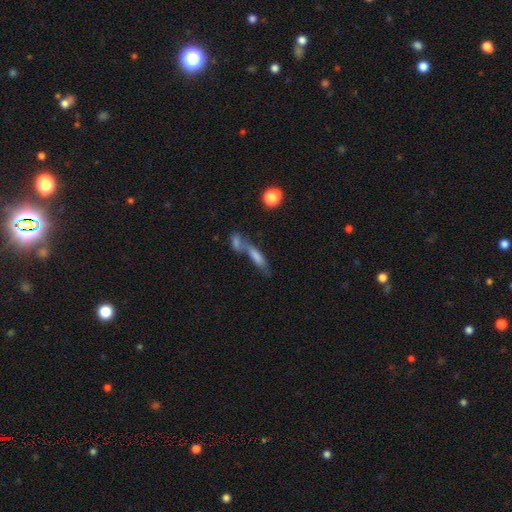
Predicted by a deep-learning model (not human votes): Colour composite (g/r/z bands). It shows a smooth galaxy with no disk features (61%) that is cigar-shaped (63%). Merging: merger (58%).